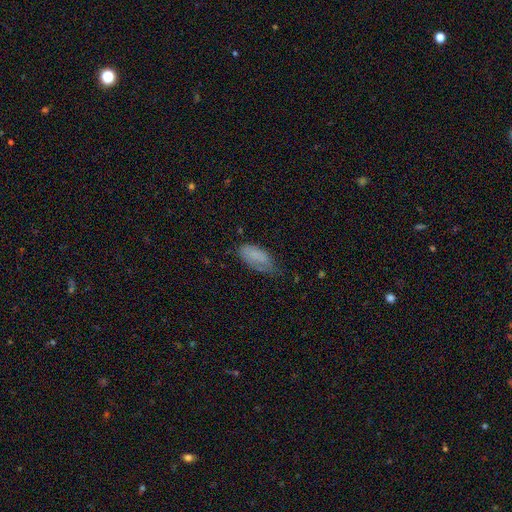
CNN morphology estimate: This appears to be a smooth galaxy with no disk features (75%) that is in between round and cigar-shaped (90%). Merging: none (42%).